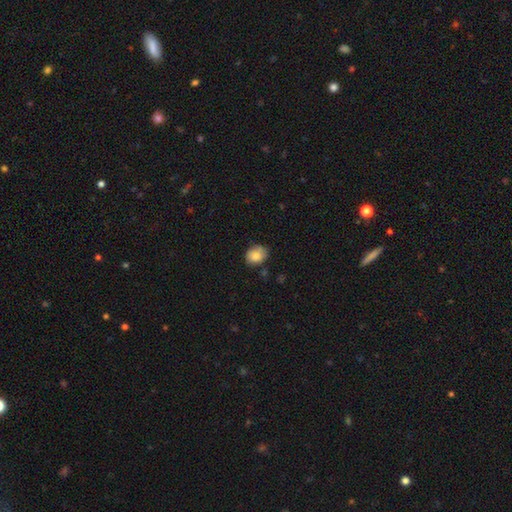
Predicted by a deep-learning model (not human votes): Smooth or featured: smooth — 83% (featured or disk — 9%)
How rounded: in between — 50% (round — 49%)
Merging: none — 67% (minor disturbance — 25%)